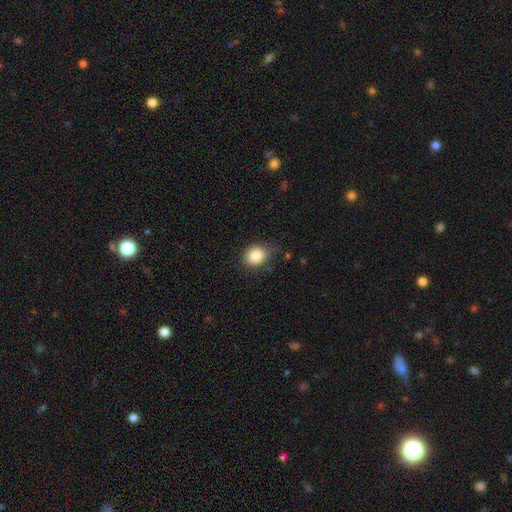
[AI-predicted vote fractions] The model was most divided on "how rounded": round: 65%, in between: 35%, cigar-shaped: 1%. More confident: smooth or featured — smooth (85%); merging — none (69%).